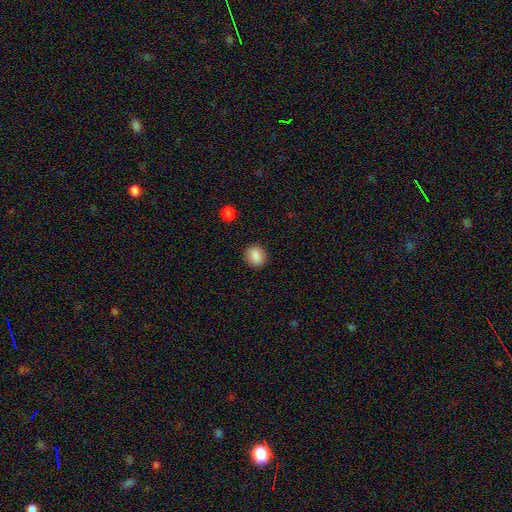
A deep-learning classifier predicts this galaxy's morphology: This is clearly a smooth galaxy (86%). How rounded: likely round (65%). Merging: clearly none (88%).